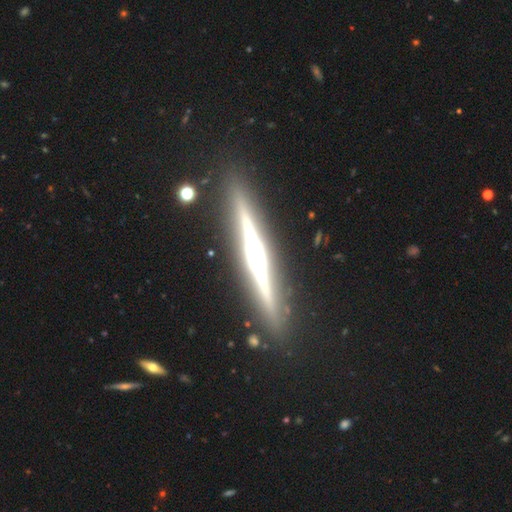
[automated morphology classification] This is clearly a featured or disk galaxy (84%). It is clearly viewed edge-on (98%). Edge-on bulge: likely rounded (72%). Merging: clearly none (89%).